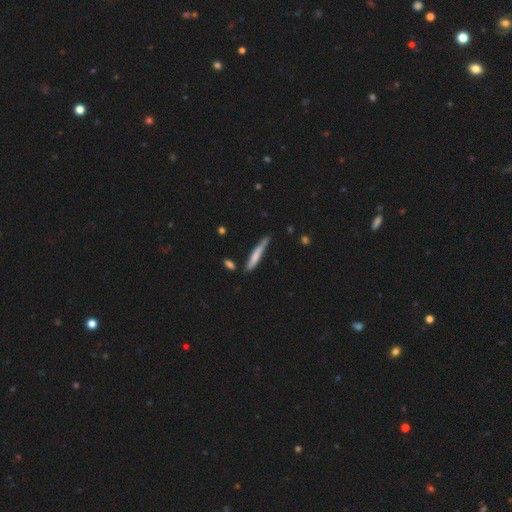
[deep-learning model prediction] Smooth or featured: smooth — 68% (featured or disk — 26%)
How rounded: cigar-shaped — 93% (in between — 5%)
Merging: none — 67% (minor disturbance — 23%)